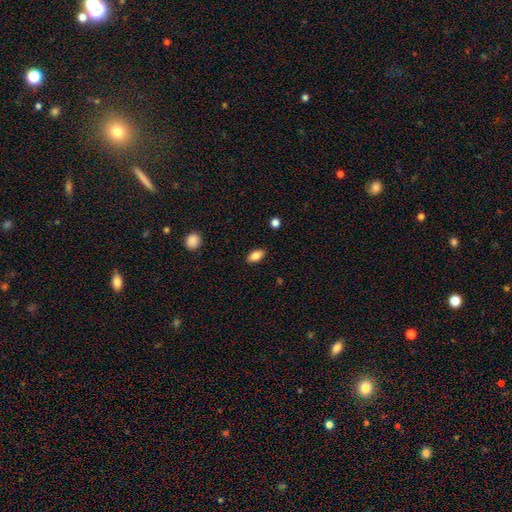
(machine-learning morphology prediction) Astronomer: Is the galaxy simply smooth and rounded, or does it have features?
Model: smooth — 84%.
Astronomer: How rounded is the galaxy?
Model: in between — 89%.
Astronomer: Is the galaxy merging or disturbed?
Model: none — 87%.